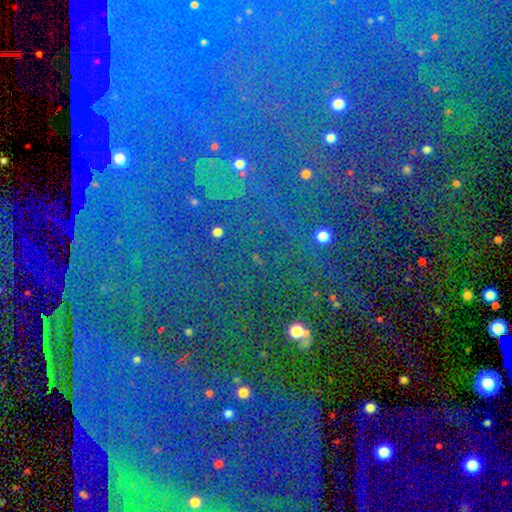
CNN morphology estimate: Smooth or featured?
  - star or artifact: 85% *
  - featured or disk: 8%
  - smooth: 8%